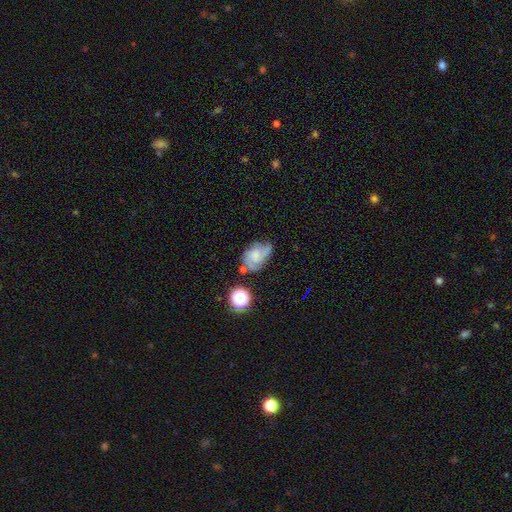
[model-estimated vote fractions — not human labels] featured or disk 65%, smooth 23%, star or artifact 12%. Down the decision tree: edge-on disk — no (97%); bar — no (68%); spiral arms — yes (89%); spiral arm count — 3 (38%); spiral winding — medium (45%); bulge size — none (36%); merging — none (51%).